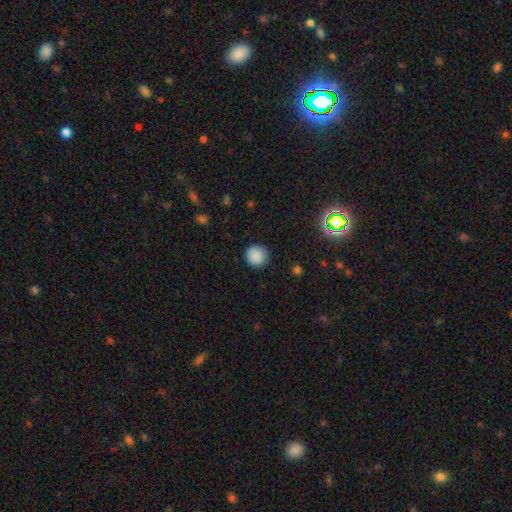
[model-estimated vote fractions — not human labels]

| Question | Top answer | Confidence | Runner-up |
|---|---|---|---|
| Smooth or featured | smooth | 88% | star or artifact (9%) |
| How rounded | round | 95% | in between (4%) |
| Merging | none | 91% | minor disturbance (6%) |